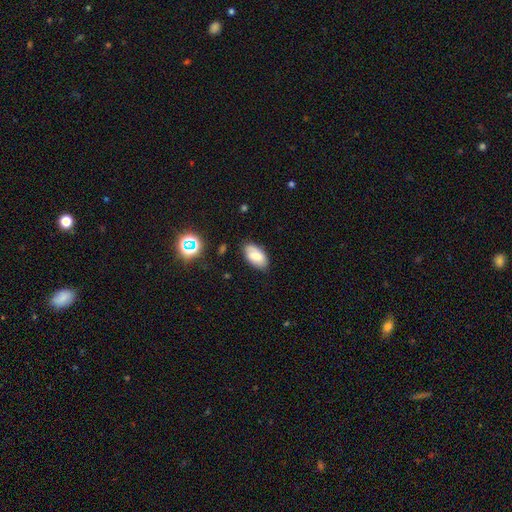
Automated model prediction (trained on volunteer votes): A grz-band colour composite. It shows a smooth galaxy with no disk features (72%) that is in between round and cigar-shaped (94%). Merging: none (77%).